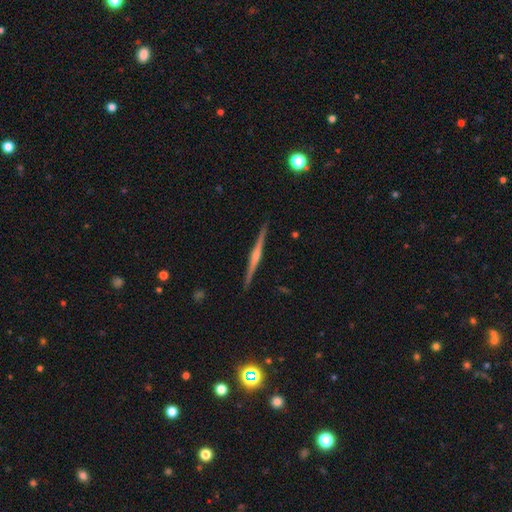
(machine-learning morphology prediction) Smooth or featured? Predicted: featured or disk (p=0.80). Edge-on disk? Predicted: yes (p=0.99). Edge-on bulge? Predicted: rounded (p=0.69). Merging? Predicted: none (p=0.92).